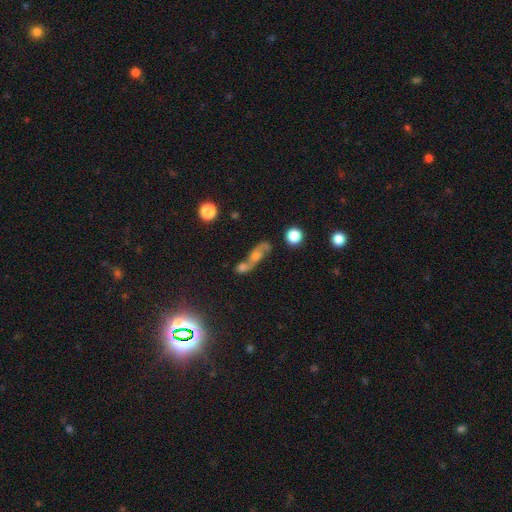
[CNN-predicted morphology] This appears to be a featured or disk galaxy (51%). Merging: merger (41%).